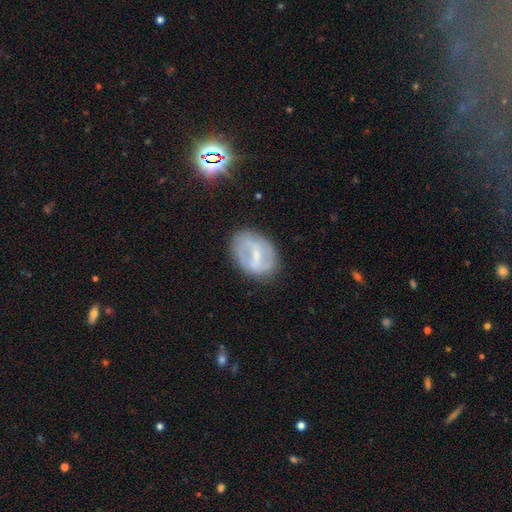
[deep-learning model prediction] This appears to be a featured or disk galaxy (66%) with a strong bar (46%), spiral arms (54%) and a small central bulge (58%). Merging: none (74%).